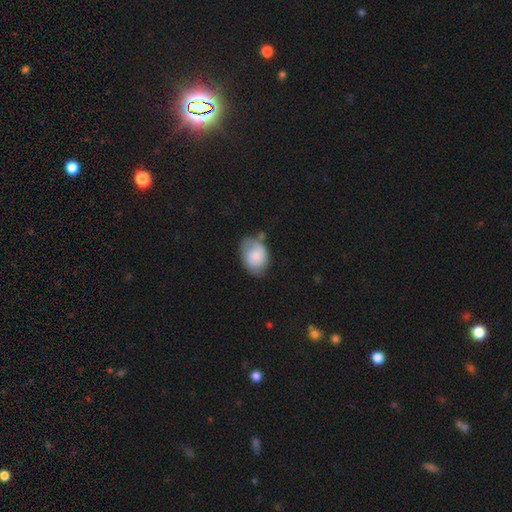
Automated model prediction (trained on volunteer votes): This appears to be a smooth galaxy with no disk features (67%) that is in between round and cigar-shaped (76%). Merging: none (51%).